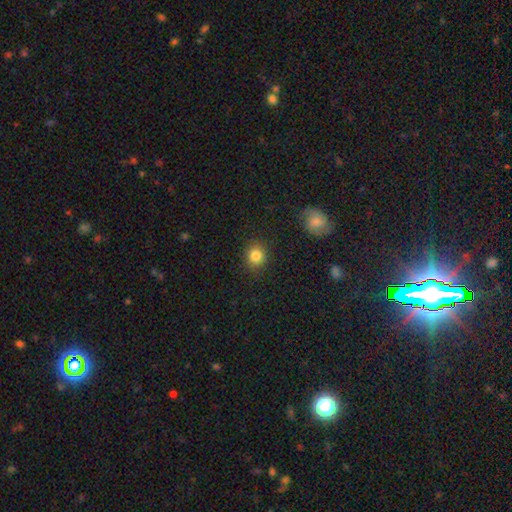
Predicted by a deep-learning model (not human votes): Smooth or featured: smooth — 84% (star or artifact — 11%)
How rounded: round — 83% (in between — 16%)
Merging: none — 89% (minor disturbance — 7%)